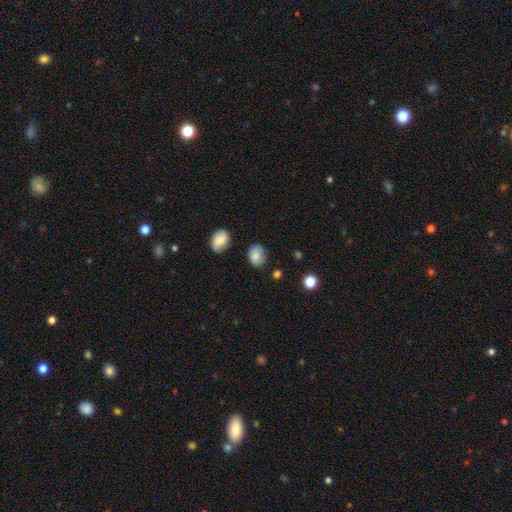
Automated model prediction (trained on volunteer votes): This is clearly a smooth galaxy (83%). How rounded: likely in between (70%). Merging: likely none (71%).